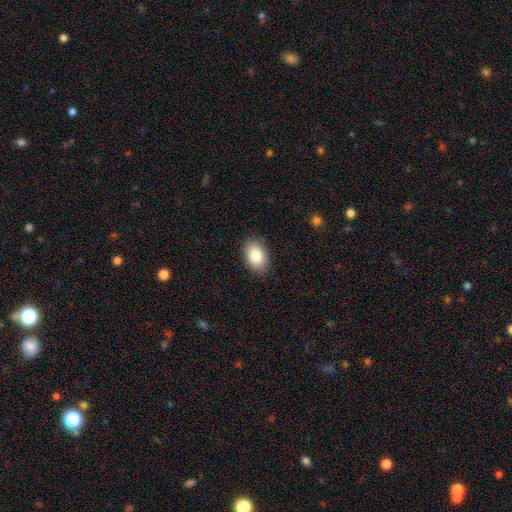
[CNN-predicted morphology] Overall: smooth (87%). How rounded: in between (88%). Merging: none (87%).